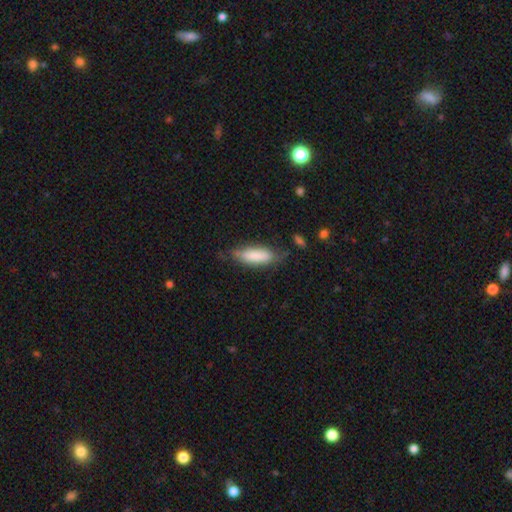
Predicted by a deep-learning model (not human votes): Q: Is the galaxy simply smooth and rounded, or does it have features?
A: smooth — 81%.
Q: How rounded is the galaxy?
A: in between — 62%.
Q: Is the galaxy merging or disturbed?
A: none — 64%.